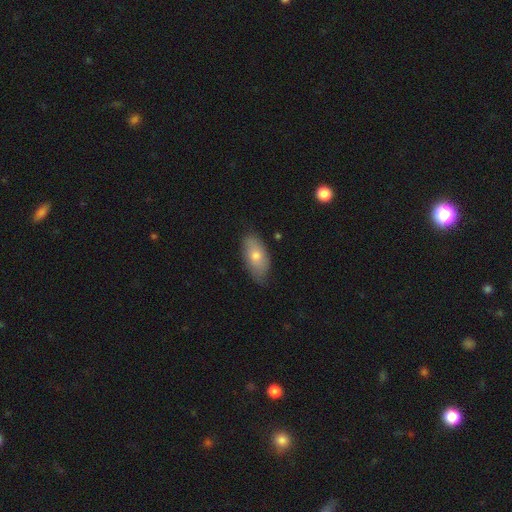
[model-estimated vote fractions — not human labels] Q: Smooth or featured?
A: smooth (69%); runner-up: featured or disk (24%)
Q: How rounded?
A: in between (90%); runner-up: cigar-shaped (6%)
Q: Merging?
A: none (73%); runner-up: minor disturbance (22%)